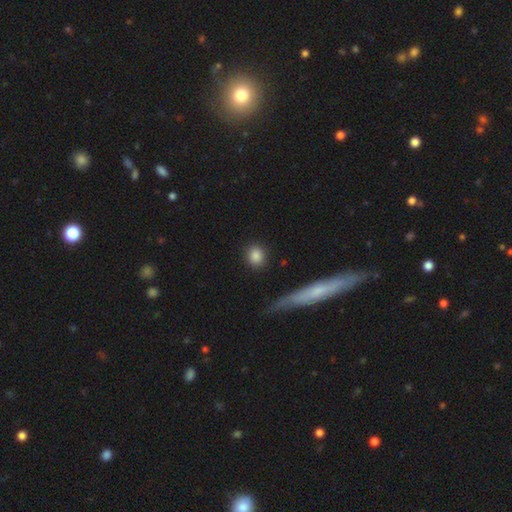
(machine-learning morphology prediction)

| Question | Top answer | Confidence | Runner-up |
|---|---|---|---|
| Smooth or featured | smooth | 87% | star or artifact (8%) |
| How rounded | round | 81% | in between (16%) |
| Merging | none | 89% | minor disturbance (7%) |